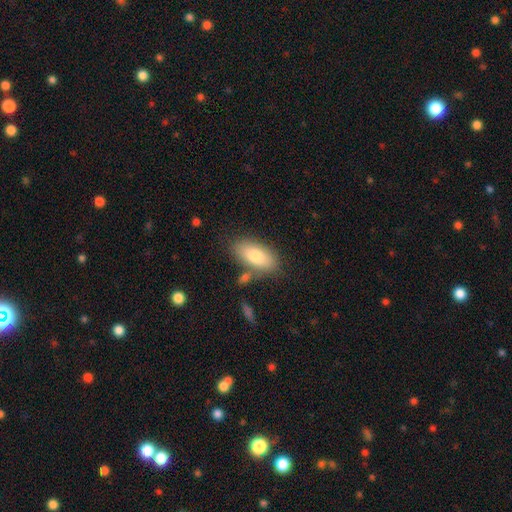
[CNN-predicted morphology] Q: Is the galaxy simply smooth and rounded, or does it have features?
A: smooth — 79%.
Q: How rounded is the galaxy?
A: in between — 91%.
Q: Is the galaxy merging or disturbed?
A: none — 74%.